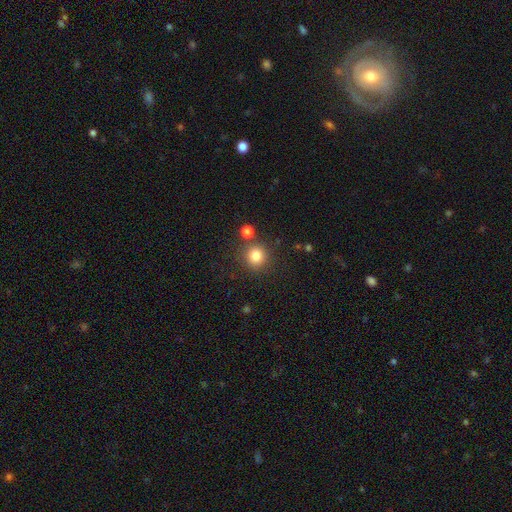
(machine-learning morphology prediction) A smooth galaxy with no disk features (83%) that is round (91%).

Vote fractions:
- Smooth or featured? smooth: 83% / star or artifact: 12% / featured or disk: 6%
- How rounded? round: 91% / in between: 8% / cigar-shaped: 1%
- Merging? none: 80% / merger: 8% / minor disturbance: 8% / major disturbance: 3%